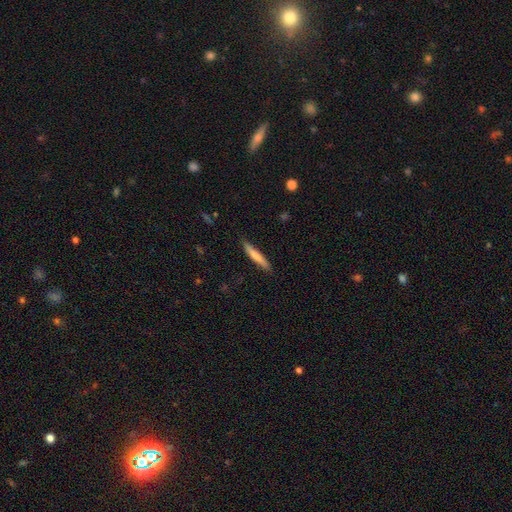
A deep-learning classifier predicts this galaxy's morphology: Q: Smooth or featured?
A: smooth (74%); runner-up: featured or disk (21%)
Q: How rounded?
A: cigar-shaped (93%); runner-up: in between (5%)
Q: Merging?
A: none (87%); runner-up: minor disturbance (10%)